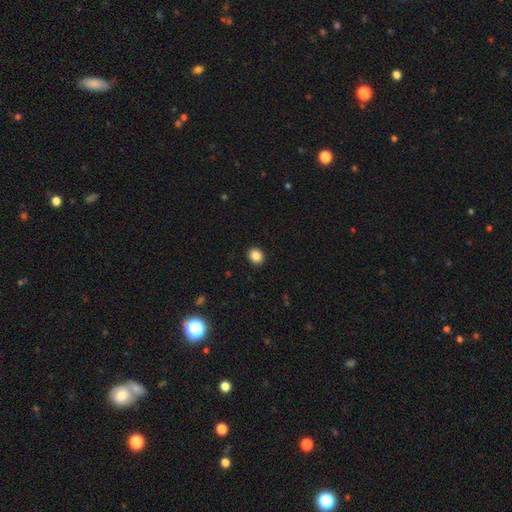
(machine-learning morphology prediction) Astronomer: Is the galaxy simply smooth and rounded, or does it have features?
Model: smooth — 86%.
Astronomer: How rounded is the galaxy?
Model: round — 60% (runner-up: in between, 39%).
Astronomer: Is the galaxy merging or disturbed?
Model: none — 92%.